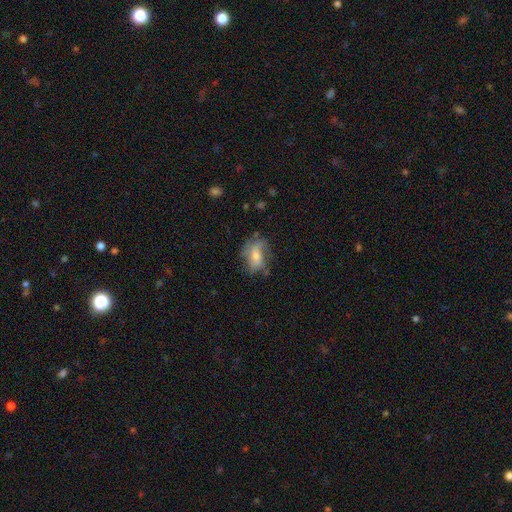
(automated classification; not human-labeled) Smooth or featured?
  - featured or disk: 48% *
  - smooth: 42%
  - star or artifact: 10%
Merging?
  - none: 55% *
  - minor disturbance: 27%
  - major disturbance: 16%
  - merger: 3%